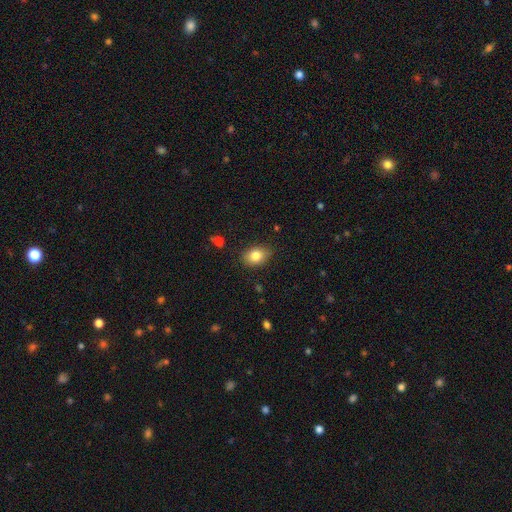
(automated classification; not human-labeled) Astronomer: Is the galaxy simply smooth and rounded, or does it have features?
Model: smooth — 82%.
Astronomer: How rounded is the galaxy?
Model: in between — 70%.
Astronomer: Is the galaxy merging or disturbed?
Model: none — 83%.